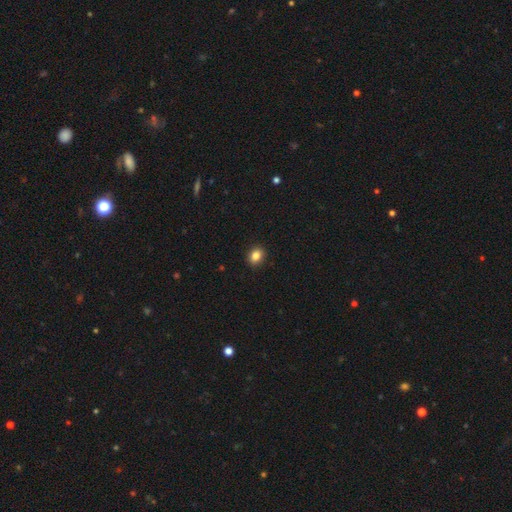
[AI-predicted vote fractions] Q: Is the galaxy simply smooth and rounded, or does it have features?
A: smooth — 85%.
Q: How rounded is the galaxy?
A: in between — 52%.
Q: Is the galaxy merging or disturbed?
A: none — 91%.